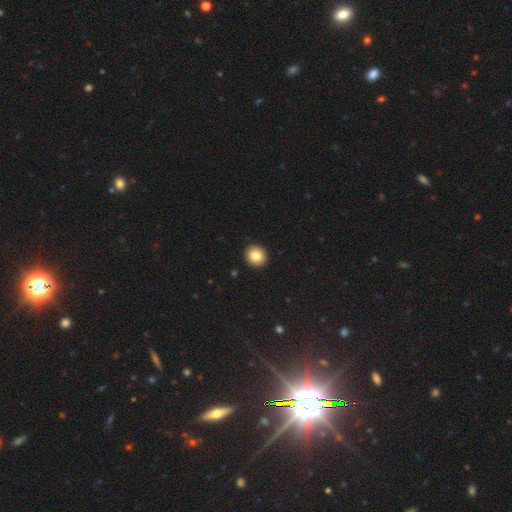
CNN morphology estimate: This appears to be a smooth galaxy with no disk features (84%) that is round (84%). Merging: none (93%).